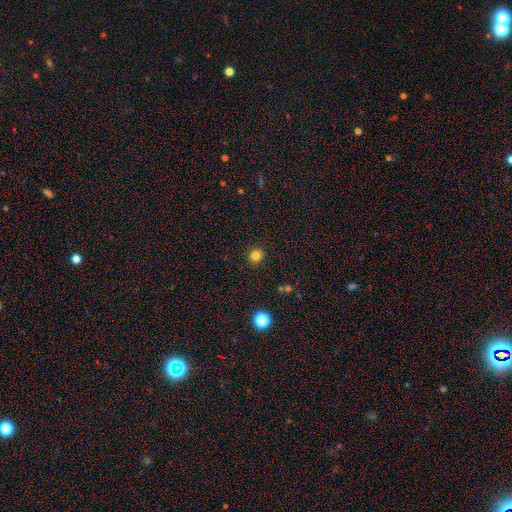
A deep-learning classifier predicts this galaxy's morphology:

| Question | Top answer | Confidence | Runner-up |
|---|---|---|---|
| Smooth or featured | smooth | 82% | star or artifact (14%) |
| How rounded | round | 93% | in between (6%) |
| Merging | none | 92% | minor disturbance (5%) |